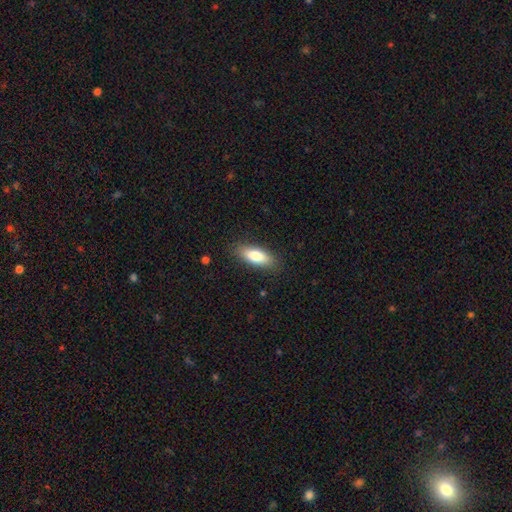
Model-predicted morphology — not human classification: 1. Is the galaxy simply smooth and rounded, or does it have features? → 82% smooth, 12% featured or disk, 6% star or artifact.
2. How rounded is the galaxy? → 73% in between, 24% cigar-shaped, 2% round.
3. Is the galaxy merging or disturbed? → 86% none, 10% minor disturbance, 3% major disturbance, 1% merger.